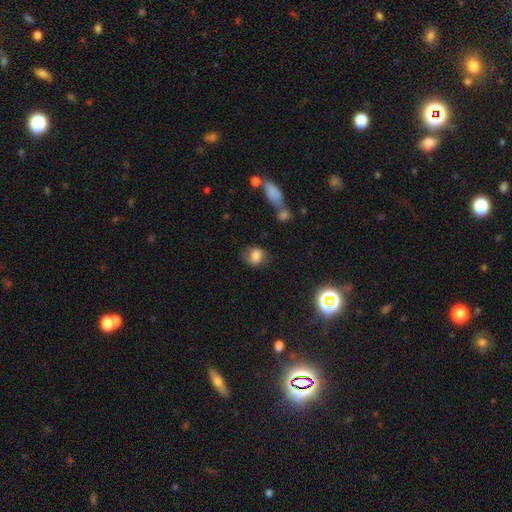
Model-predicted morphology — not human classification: Smooth or featured: smooth — 64% (featured or disk — 25%)
How rounded: in between — 53% (round — 46%)
Merging: none — 56% (minor disturbance — 27%)